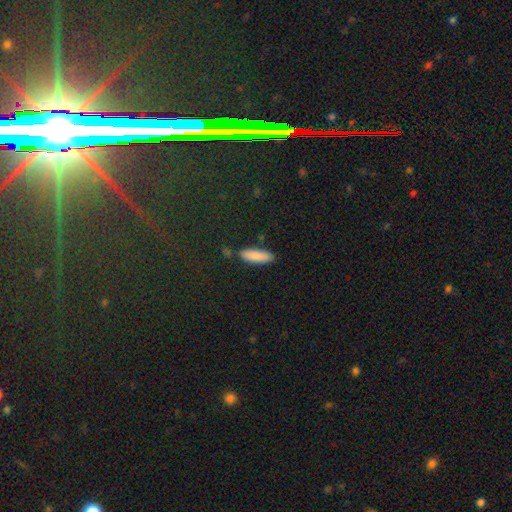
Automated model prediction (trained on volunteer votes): The model was most divided on "how rounded": cigar-shaped: 55%, in between: 44%, round: 2%. More confident: smooth or featured — smooth (87%); merging — none (85%).